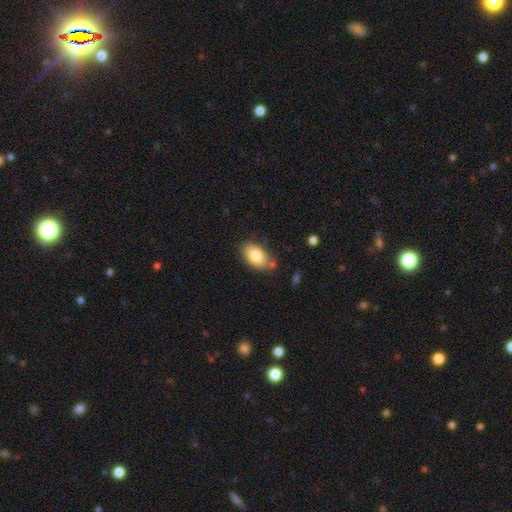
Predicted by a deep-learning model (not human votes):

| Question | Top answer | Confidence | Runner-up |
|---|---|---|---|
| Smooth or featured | smooth | 81% | featured or disk (12%) |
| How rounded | in between | 92% | round (6%) |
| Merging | none | 72% | minor disturbance (19%) |